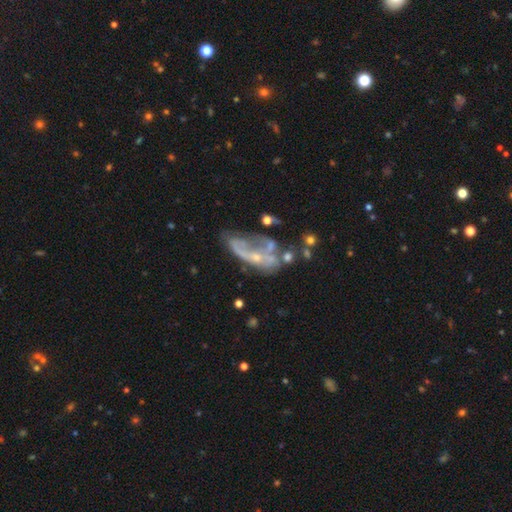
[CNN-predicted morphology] Smooth or featured? Predicted: featured or disk (p=0.64). Edge-on disk? Predicted: no (p=0.92). Bar? Predicted: no (p=0.79). Spiral arms? Predicted: no (p=0.73). Bulge size? Predicted: small (p=0.51). Merging? Predicted: major disturbance (p=0.31).